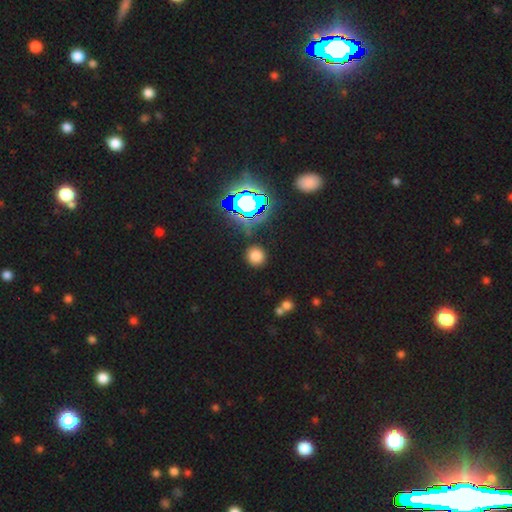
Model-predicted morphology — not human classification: type=smooth (68%); roundness=round (92%); merging=none (87%).